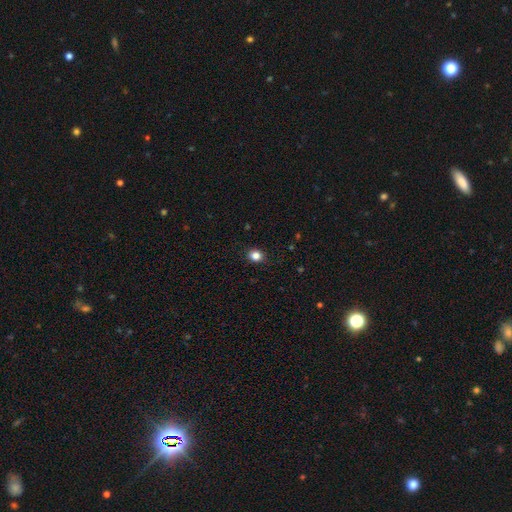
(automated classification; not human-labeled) This appears to be a smooth galaxy with no disk features (84%) that is round (68%). Merging: none (89%).